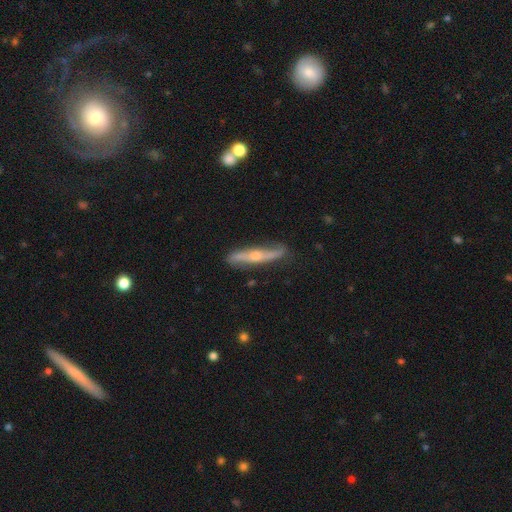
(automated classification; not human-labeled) Smooth or featured: featured or disk — 67% (smooth — 24%)
Edge-on disk: yes — 81% (no — 19%)
Edge-on bulge: rounded — 83% (none — 12%)
Merging: none — 78% (minor disturbance — 15%)